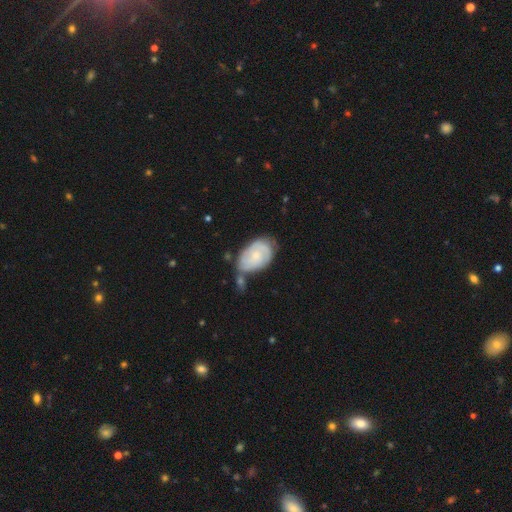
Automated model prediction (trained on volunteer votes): featured or disk 56%, smooth 38%, star or artifact 6%. Down the decision tree: edge-on disk — no (96%); bar — no (75%); spiral arms — yes (80%); bulge size — small (65%); merging — none (44%).